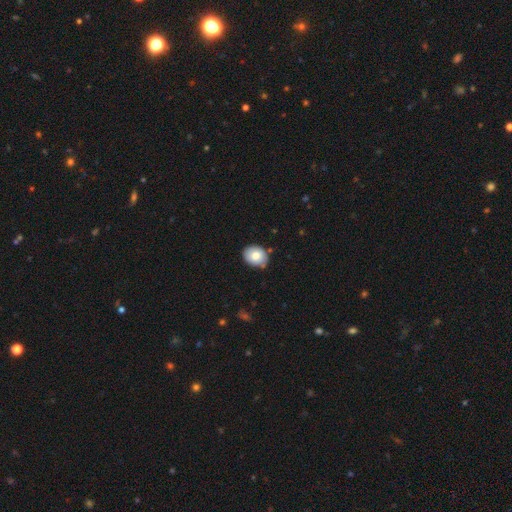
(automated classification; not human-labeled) Smooth or featured? smooth (78%)
How rounded? in between (50%)
Merging? none (78%)